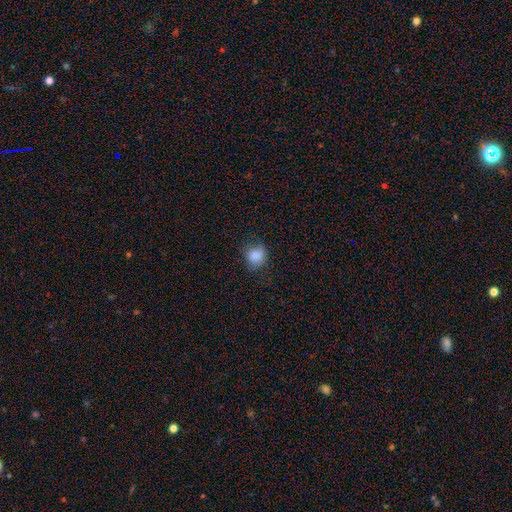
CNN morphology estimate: A smooth galaxy with no disk features (85%) that is round (70%).

Vote fractions:
- Smooth or featured? smooth: 85% / star or artifact: 10% / featured or disk: 5%
- How rounded? round: 70% / in between: 29% / cigar-shaped: 1%
- Merging? none: 70% / minor disturbance: 23% / major disturbance: 6% / merger: 1%